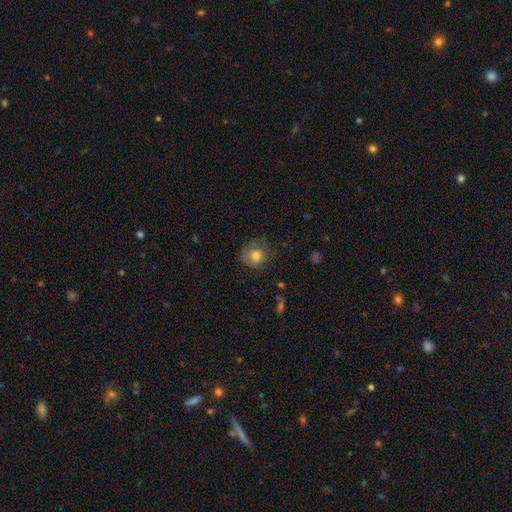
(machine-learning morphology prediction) smooth 73%, featured or disk 18%, star or artifact 9%. Down the decision tree: how rounded — round (85%); merging — none (58%).